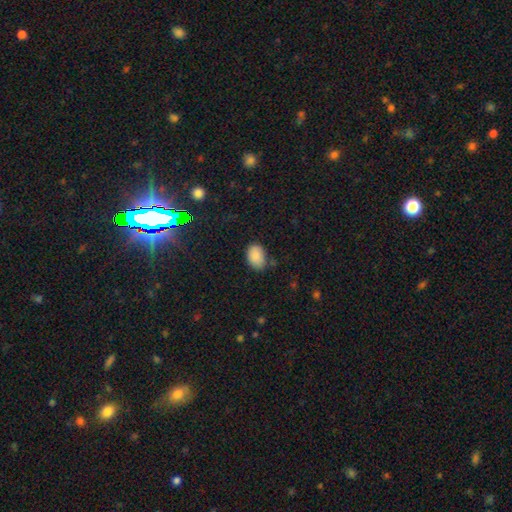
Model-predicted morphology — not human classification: Q: Smooth or featured?
A: smooth (86%); runner-up: star or artifact (9%)
Q: How rounded?
A: in between (82%); runner-up: round (17%)
Q: Merging?
A: none (70%); runner-up: minor disturbance (22%)